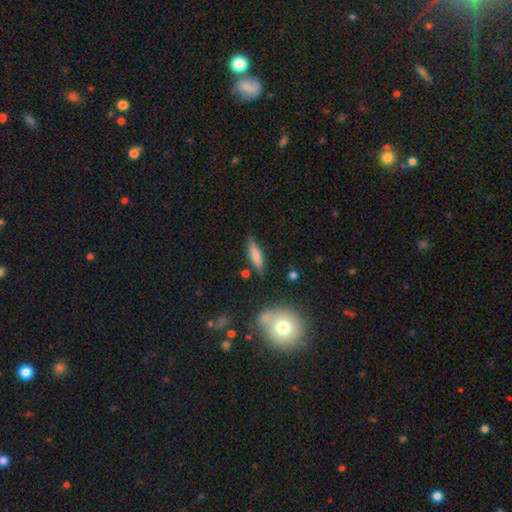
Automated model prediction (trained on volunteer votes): smooth_or_featured: smooth (p=0.69) [alt: featured or disk p=0.22]
how_rounded: cigar-shaped (p=0.64) [alt: in between p=0.34]
merging: none (p=0.78) [alt: minor disturbance p=0.15]